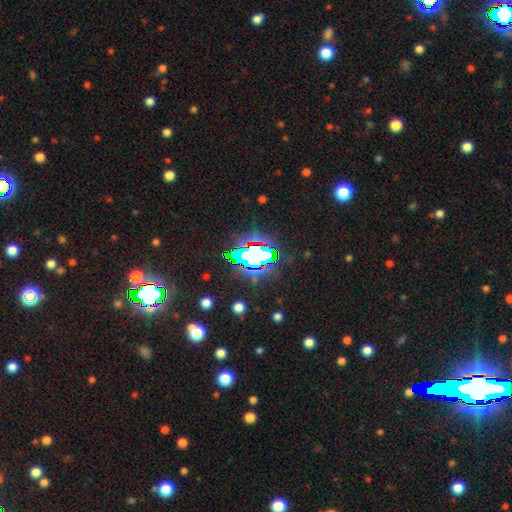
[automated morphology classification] A star or artifact, not a galaxy (64%).

Vote fractions:
- Smooth or featured? star or artifact: 64% / smooth: 23% / featured or disk: 13%